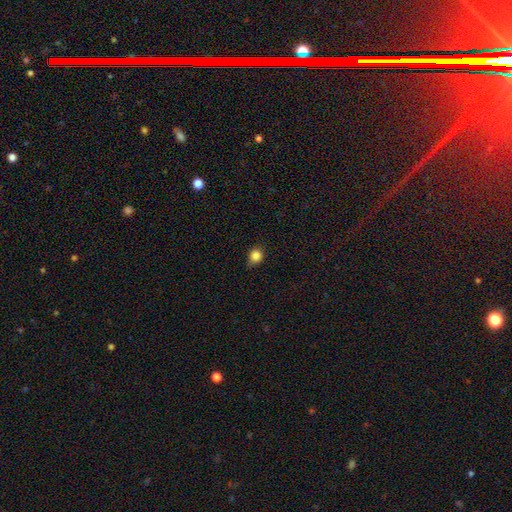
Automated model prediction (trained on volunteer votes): This is clearly a smooth galaxy (84%). How rounded: clearly round (81%). Merging: likely none (75%).